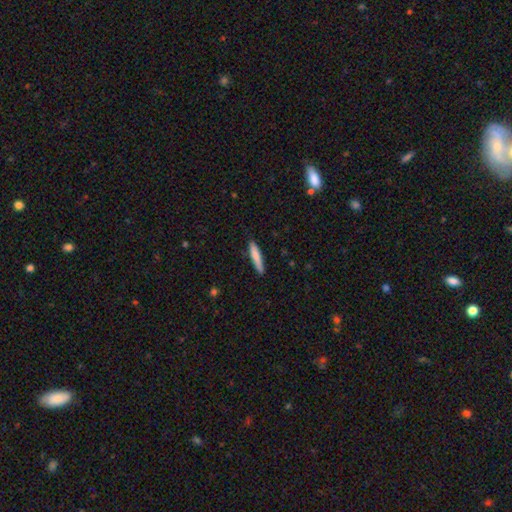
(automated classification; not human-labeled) Morphology: type=smooth (80%); roundness=cigar-shaped (89%); merging=none (85%).